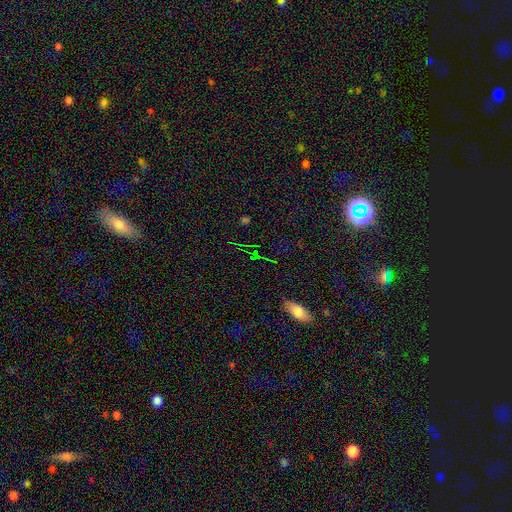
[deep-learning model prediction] Smooth or featured? star or artifact (64%)